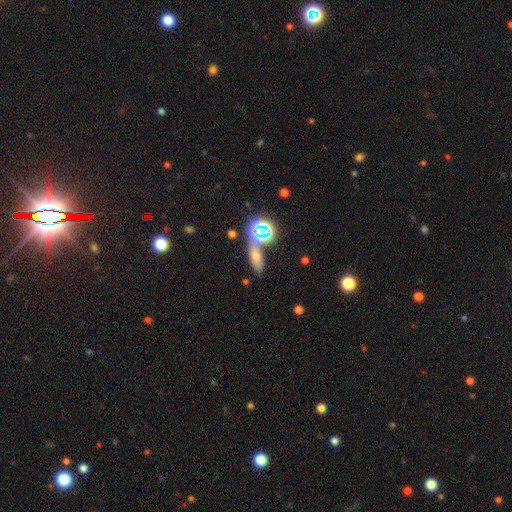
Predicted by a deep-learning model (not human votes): This appears to be a smooth galaxy with no disk features (57%) that is in between round and cigar-shaped (58%). Merging: none (65%).